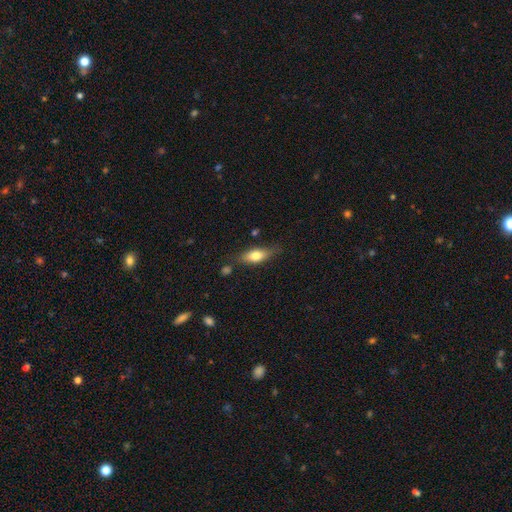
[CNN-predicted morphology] Overall: smooth (71%). How rounded: in between (71%). Merging: none (71%).